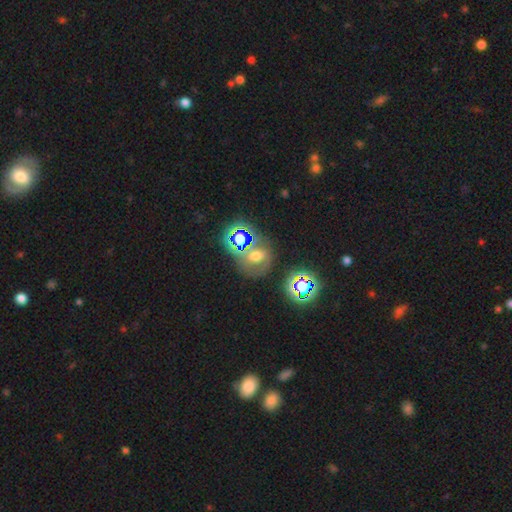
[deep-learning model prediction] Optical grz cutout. It shows a star or artifact, not a galaxy (36%, tied with smooth).